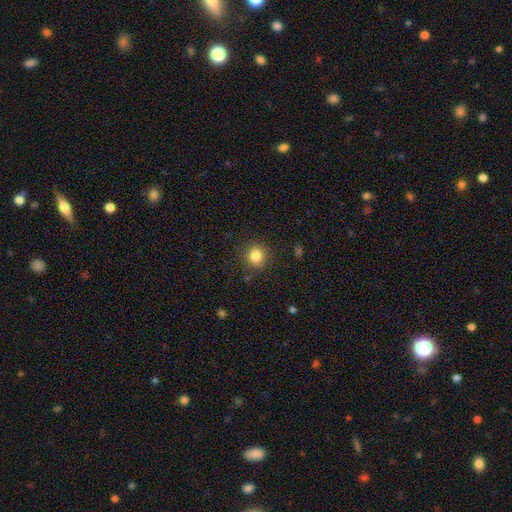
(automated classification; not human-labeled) Q: Smooth or featured?
A: smooth (83%); runner-up: star or artifact (11%)
Q: How rounded?
A: round (89%); runner-up: in between (10%)
Q: Merging?
A: none (88%); runner-up: minor disturbance (8%)